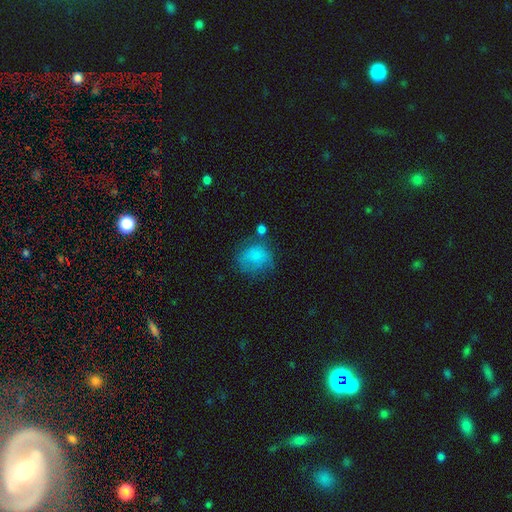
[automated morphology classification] This appears to be a smooth galaxy with no disk features (73%) that is round (75%). Merging: none (47%).